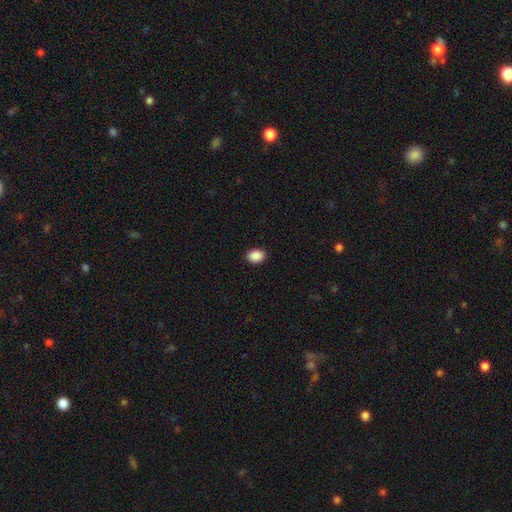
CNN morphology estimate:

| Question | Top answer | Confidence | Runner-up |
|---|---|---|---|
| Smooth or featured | smooth | 90% | star or artifact (8%) |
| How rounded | in between | 68% | round (31%) |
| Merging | none | 91% | minor disturbance (7%) |